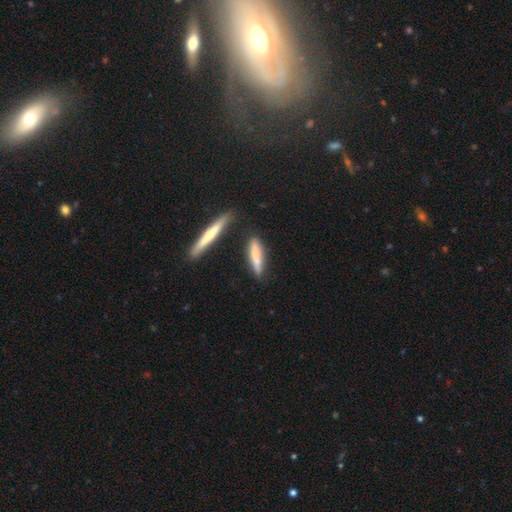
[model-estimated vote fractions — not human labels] A smooth galaxy with no disk features (59%) that is cigar-shaped (83%).

Vote fractions:
- Smooth or featured? smooth: 59% / featured or disk: 35% / star or artifact: 6%
- How rounded? cigar-shaped: 83% / in between: 16% / round: 2%
- Merging? none: 74% / minor disturbance: 15% / merger: 8% / major disturbance: 3%